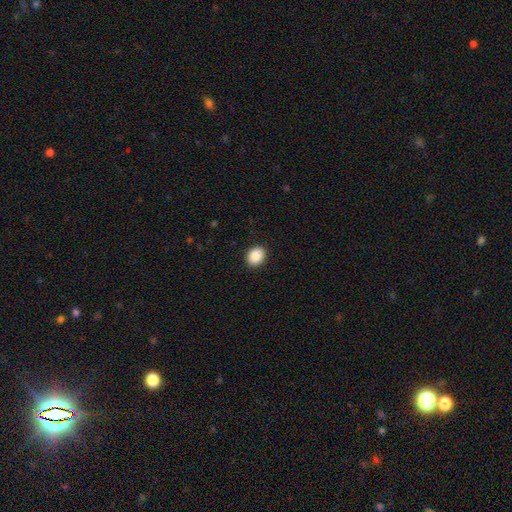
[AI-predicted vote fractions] A smooth galaxy with no disk features (89%) that is in between round and cigar-shaped (52%). Merging: none (91%).